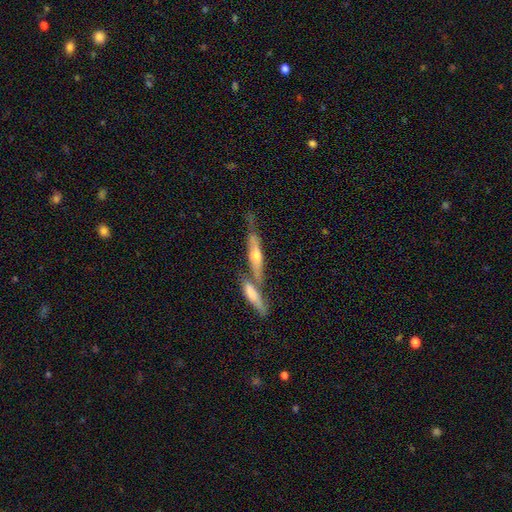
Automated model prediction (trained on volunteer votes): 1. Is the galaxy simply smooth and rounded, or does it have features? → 55% featured or disk, 39% smooth, 6% star or artifact.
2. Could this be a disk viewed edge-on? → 82% yes, 18% no.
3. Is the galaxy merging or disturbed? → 42% none, 40% merger, 13% minor disturbance, 5% major disturbance.